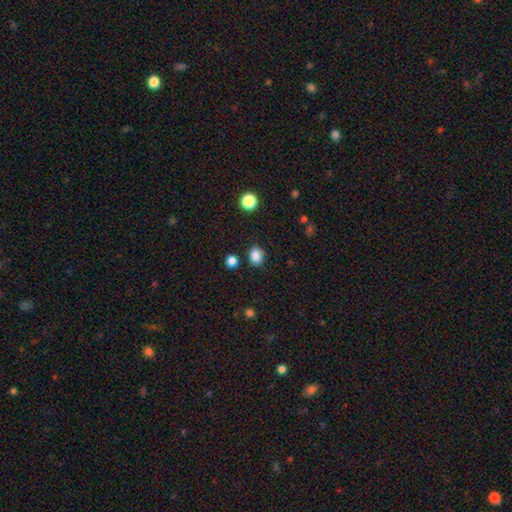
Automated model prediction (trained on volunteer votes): A smooth galaxy with no disk features (85%) that is round (63%).

Vote fractions:
- Smooth or featured? smooth: 85% / star or artifact: 11% / featured or disk: 4%
- How rounded? round: 63% / in between: 36% / cigar-shaped: 1%
- Merging? none: 84% / minor disturbance: 10% / merger: 3% / major disturbance: 3%